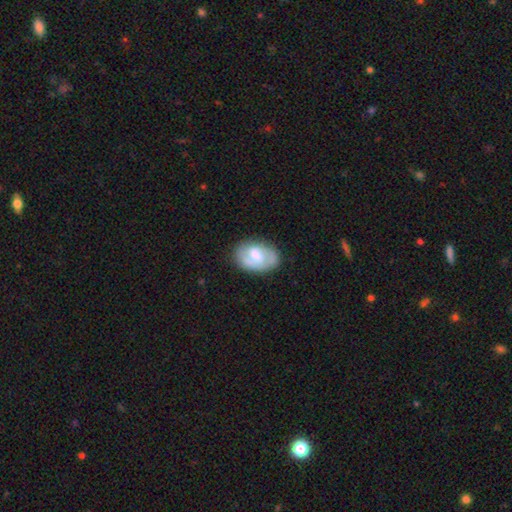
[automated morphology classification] Overall: featured or disk (49%; smooth 45%). Merging: none (73%).